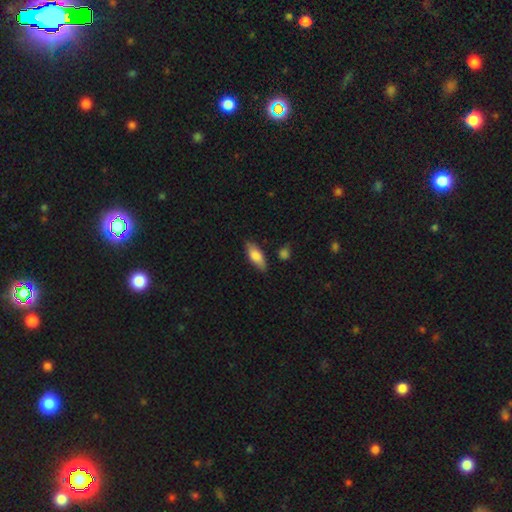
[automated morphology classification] smooth_or_featured: smooth (p=0.77) [alt: featured or disk p=0.16]
how_rounded: in between (p=0.74) [alt: cigar-shaped p=0.24]
merging: none (p=0.79) [alt: minor disturbance p=0.16]